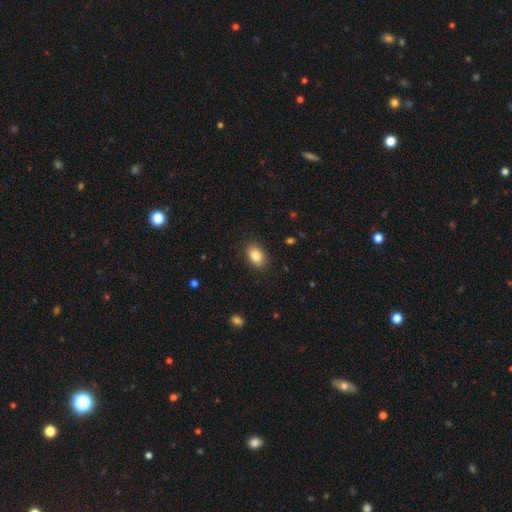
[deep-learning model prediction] smooth-or-featured: smooth: 86% | star or artifact: 8% | featured or disk: 6%
  how-rounded: in between: 85% | round: 14% | cigar-shaped: 1%
  merging: none: 88% | minor disturbance: 9% | major disturbance: 2% | merger: 1%